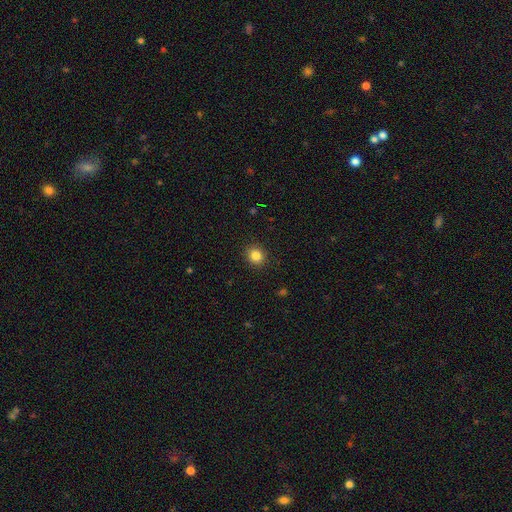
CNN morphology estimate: smooth_or_featured: smooth (p=0.84) [alt: star or artifact p=0.11]
how_rounded: round (p=0.83) [alt: in between p=0.16]
merging: none (p=0.91) [alt: minor disturbance p=0.06]